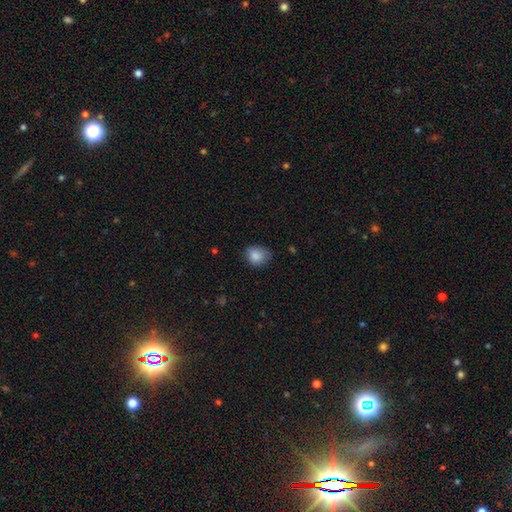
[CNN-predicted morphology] smooth_or_featured: smooth (p=0.87) [alt: star or artifact p=0.08]
how_rounded: round (p=0.57) [alt: in between p=0.43]
merging: none (p=0.67) [alt: minor disturbance p=0.27]